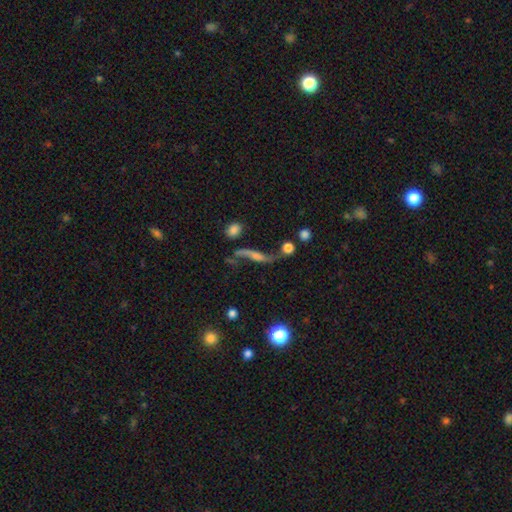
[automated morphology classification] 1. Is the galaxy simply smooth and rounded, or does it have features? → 71% featured or disk, 16% smooth, 12% star or artifact.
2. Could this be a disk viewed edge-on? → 70% no, 30% yes.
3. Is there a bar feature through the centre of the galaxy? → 52% no, 30% weak, 17% strong.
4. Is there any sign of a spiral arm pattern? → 86% yes, 14% no.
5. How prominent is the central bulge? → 33% small, 28% none, 28% moderate, 8% large, 4% dominant.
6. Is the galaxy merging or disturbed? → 52% none, 19% minor disturbance, 16% major disturbance, 12% merger.